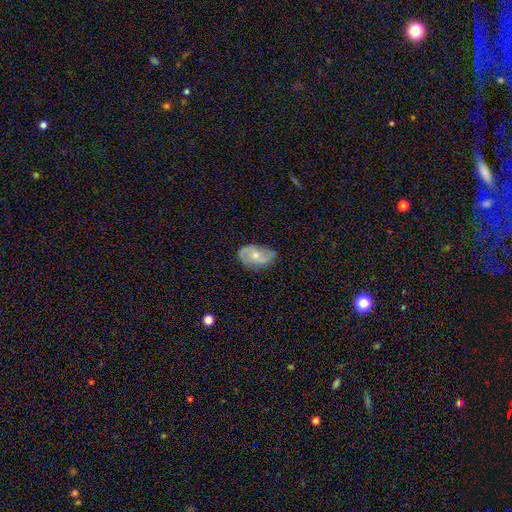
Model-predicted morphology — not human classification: This appears to be a featured or disk galaxy (61%) with no bar (66%), spiral arms (85%) and a moderate central bulge (51%). Merging: none (69%).